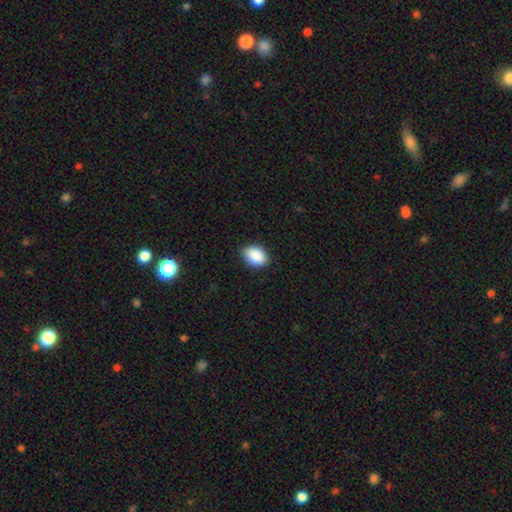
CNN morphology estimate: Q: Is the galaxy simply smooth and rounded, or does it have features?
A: smooth — 89%.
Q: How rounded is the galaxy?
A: in between — 83%.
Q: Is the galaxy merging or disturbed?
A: none — 85%.